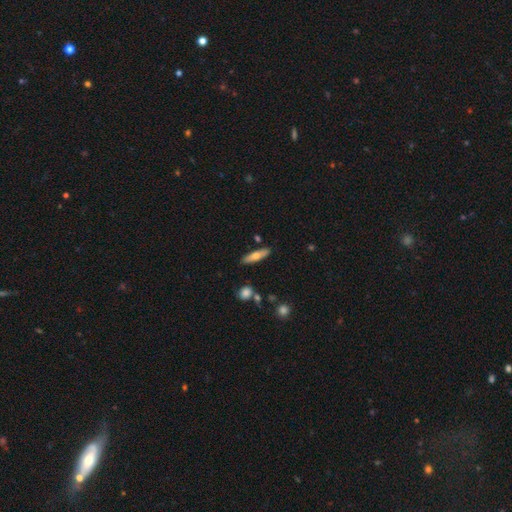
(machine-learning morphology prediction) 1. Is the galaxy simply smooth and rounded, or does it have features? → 62% smooth, 31% featured or disk, 7% star or artifact.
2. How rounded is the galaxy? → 66% cigar-shaped, 31% in between, 2% round.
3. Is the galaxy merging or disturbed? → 85% none, 10% minor disturbance, 3% merger, 2% major disturbance.